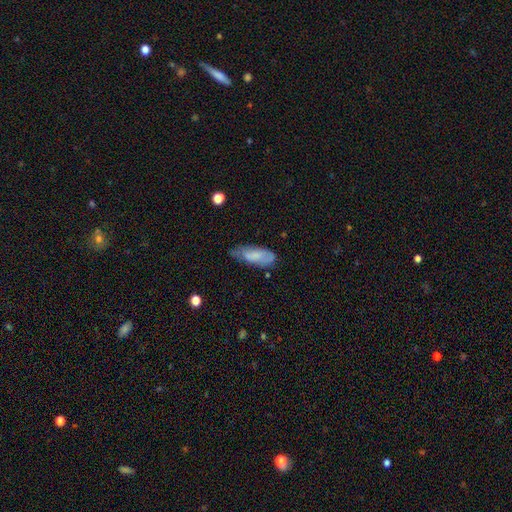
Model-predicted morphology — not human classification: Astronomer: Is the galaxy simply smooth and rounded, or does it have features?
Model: smooth — 69%.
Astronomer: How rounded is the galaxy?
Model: in between — 73%.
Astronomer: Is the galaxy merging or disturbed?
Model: none — 51% (runner-up: minor disturbance, 35%).